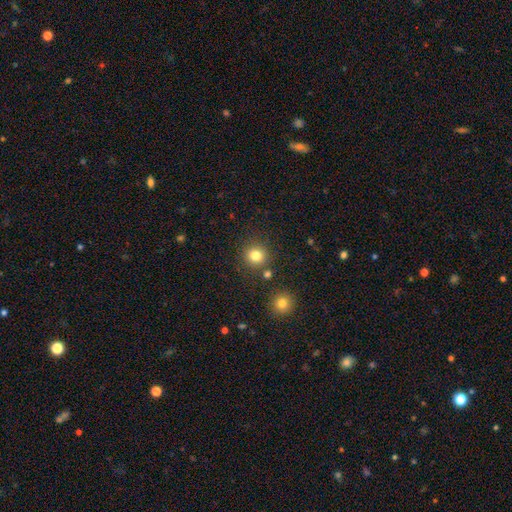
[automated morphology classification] Smooth or featured? Predicted: smooth (p=0.82). How rounded? Predicted: round (p=0.91). Merging? Predicted: none (p=0.84).